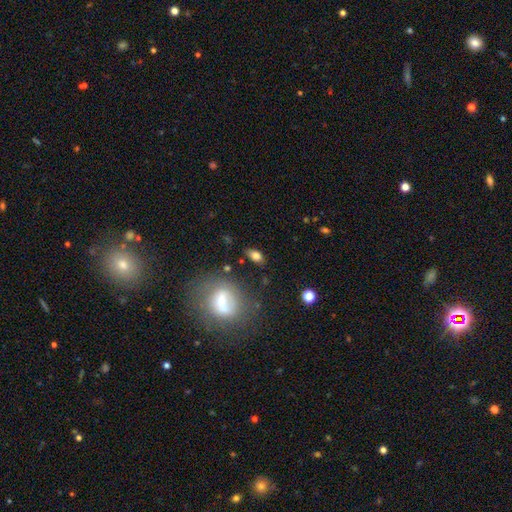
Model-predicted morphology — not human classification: Smooth or featured: smooth — 76% (featured or disk — 13%)
How rounded: in between — 83% (round — 11%)
Merging: none — 78% (minor disturbance — 14%)